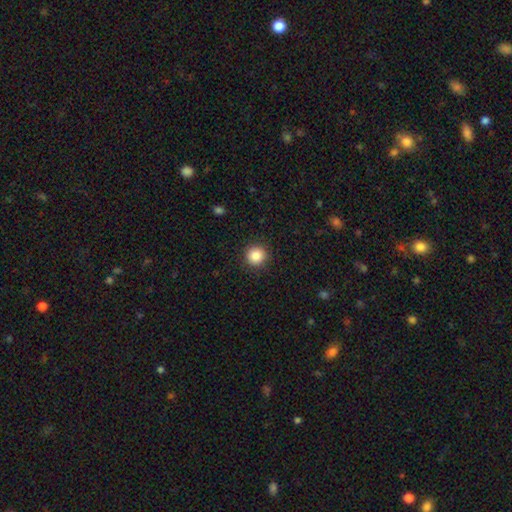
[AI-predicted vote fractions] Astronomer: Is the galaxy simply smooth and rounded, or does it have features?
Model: smooth — 86%.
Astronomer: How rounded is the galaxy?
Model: round — 94%.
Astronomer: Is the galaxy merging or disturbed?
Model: none — 91%.